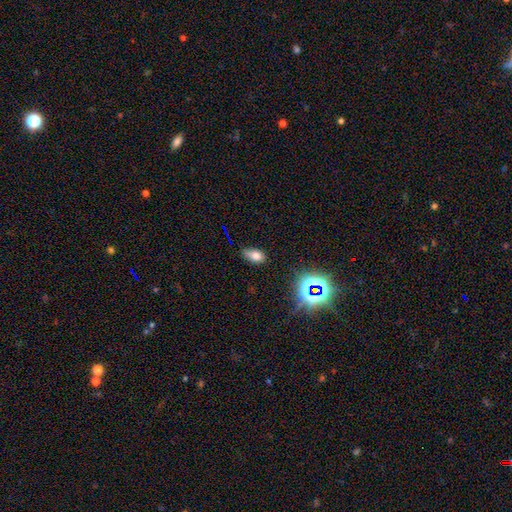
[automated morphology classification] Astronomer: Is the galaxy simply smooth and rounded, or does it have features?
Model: smooth — 73%.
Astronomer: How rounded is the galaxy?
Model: in between — 87%.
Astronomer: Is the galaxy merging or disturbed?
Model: none — 66%.